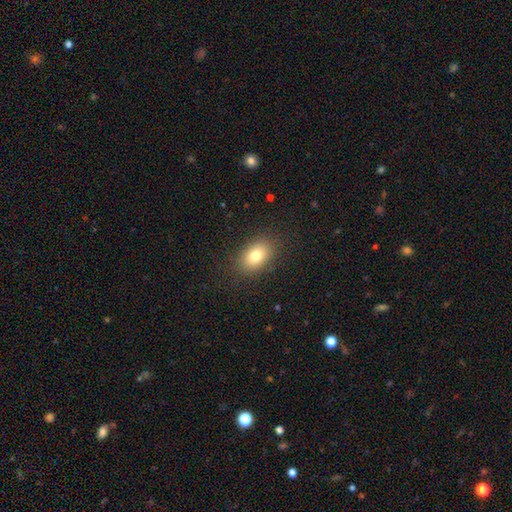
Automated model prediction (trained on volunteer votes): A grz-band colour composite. It shows a smooth galaxy with no disk features (79%) that is in between round and cigar-shaped (83%). Merging: none (86%).